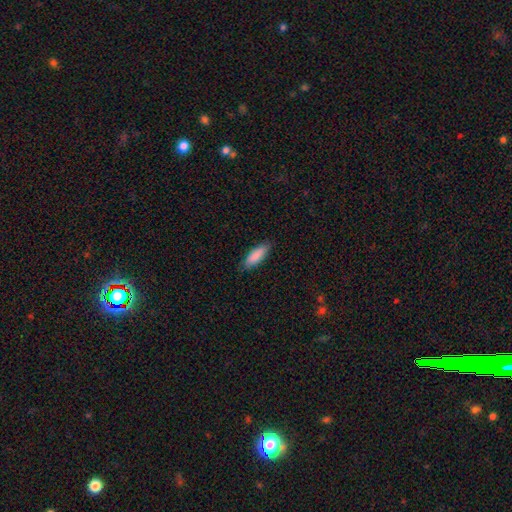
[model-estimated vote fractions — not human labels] This appears to be a smooth galaxy with no disk features (88%) that is in between round and cigar-shaped (57%). Merging: none (85%).